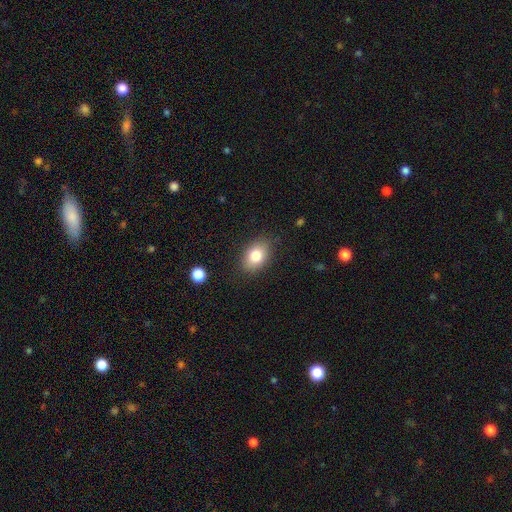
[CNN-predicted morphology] smooth-or-featured: smooth: 80% | featured or disk: 11% | star or artifact: 9%
  how-rounded: in between: 81% | round: 18% | cigar-shaped: 1%
  merging: none: 84% | minor disturbance: 12% | major disturbance: 3% | merger: 1%